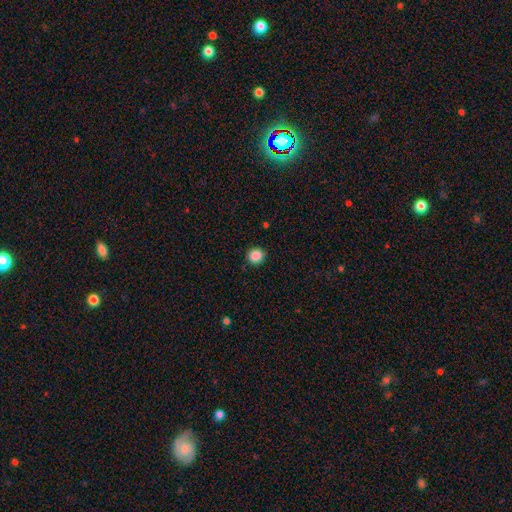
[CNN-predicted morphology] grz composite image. It shows a smooth galaxy with no disk features (88%) that is round (91%). Merging: none (91%).